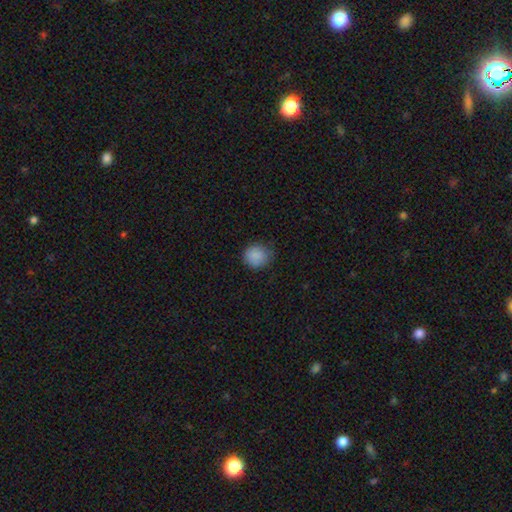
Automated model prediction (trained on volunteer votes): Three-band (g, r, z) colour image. It shows a smooth galaxy with no disk features (87%) that is round (82%). Merging: none (76%).